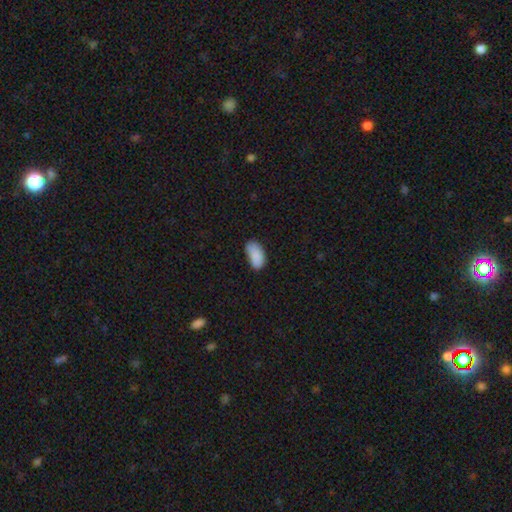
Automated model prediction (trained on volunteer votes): Overall: smooth (88%). How rounded: in between (94%). Merging: none (64%; minor disturbance 28%).